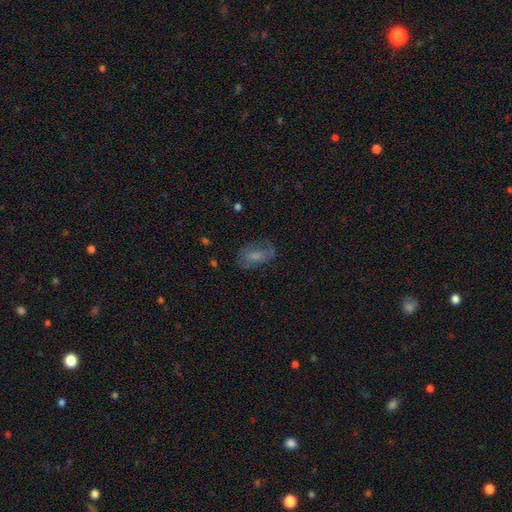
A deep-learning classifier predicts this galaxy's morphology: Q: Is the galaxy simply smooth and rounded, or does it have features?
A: smooth — 53%.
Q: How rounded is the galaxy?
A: in between — 86%.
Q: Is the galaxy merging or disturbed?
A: none — 61%.